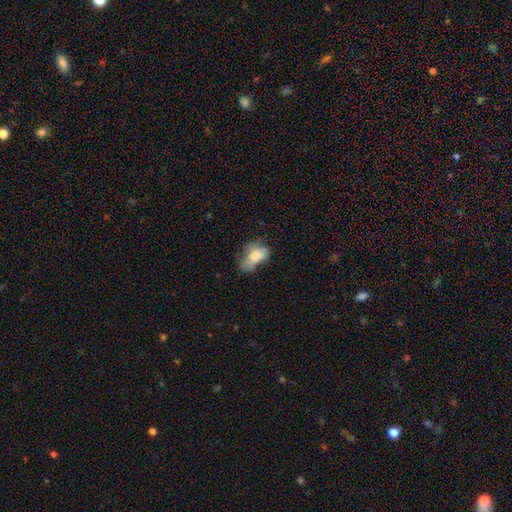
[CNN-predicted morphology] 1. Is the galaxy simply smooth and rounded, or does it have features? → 71% smooth, 19% featured or disk, 10% star or artifact.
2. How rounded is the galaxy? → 88% in between, 8% round, 4% cigar-shaped.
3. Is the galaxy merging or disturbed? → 33% major disturbance, 32% minor disturbance, 29% none, 6% merger.